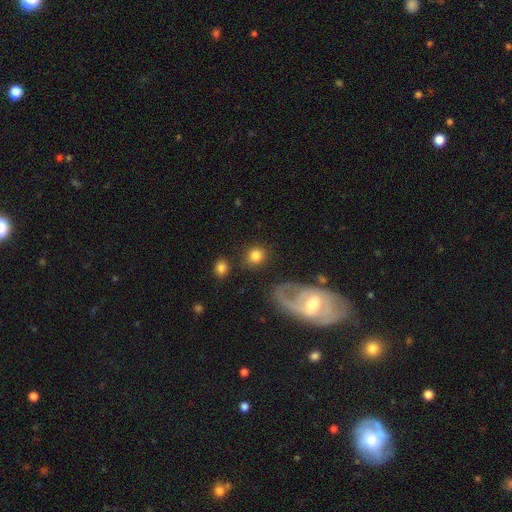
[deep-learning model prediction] Q: Smooth or featured?
A: smooth (79%); runner-up: featured or disk (12%)
Q: How rounded?
A: round (82%); runner-up: in between (17%)
Q: Merging?
A: none (76%); runner-up: minor disturbance (11%)